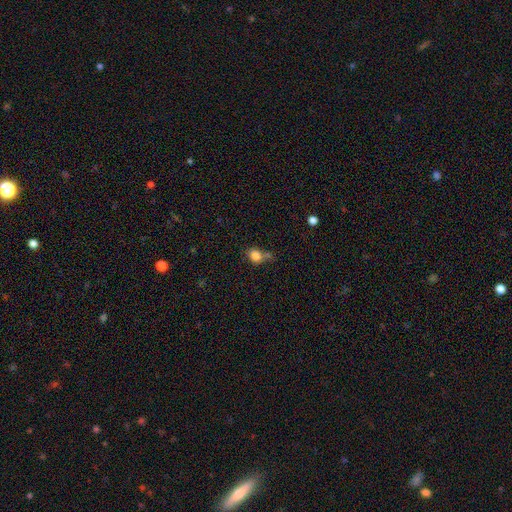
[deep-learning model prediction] smooth_or_featured: smooth (p=0.83) [alt: star or artifact p=0.10]
how_rounded: round (p=0.65) [alt: in between p=0.33]
merging: none (p=0.47) [alt: minor disturbance p=0.23]